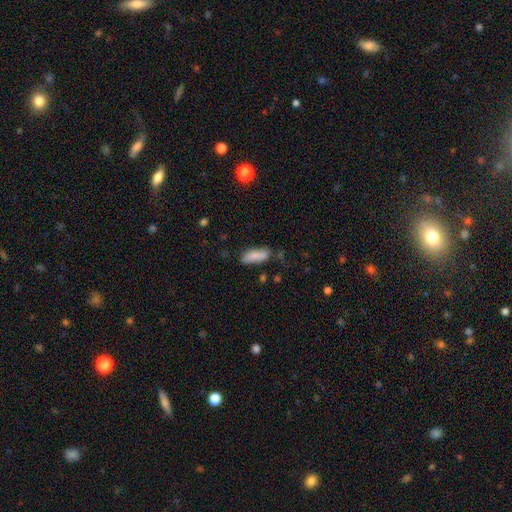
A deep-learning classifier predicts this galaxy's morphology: smooth_or_featured: smooth (p=0.81) [alt: featured or disk p=0.12]
how_rounded: in between (p=0.64) [alt: cigar-shaped p=0.34]
merging: none (p=0.68) [alt: minor disturbance p=0.21]